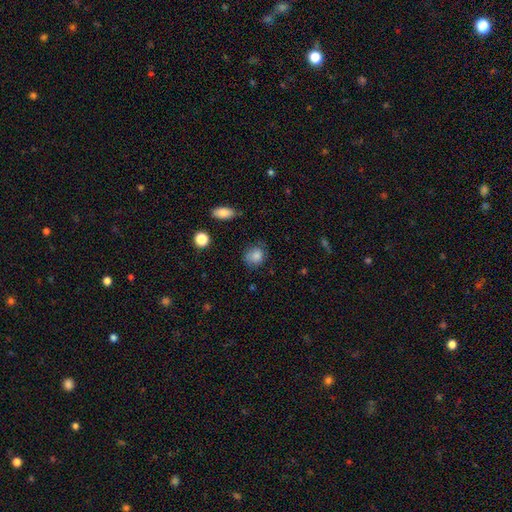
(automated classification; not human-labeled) This appears to be a smooth galaxy with no disk features (84%) that is round (69%). Merging: none (68%).